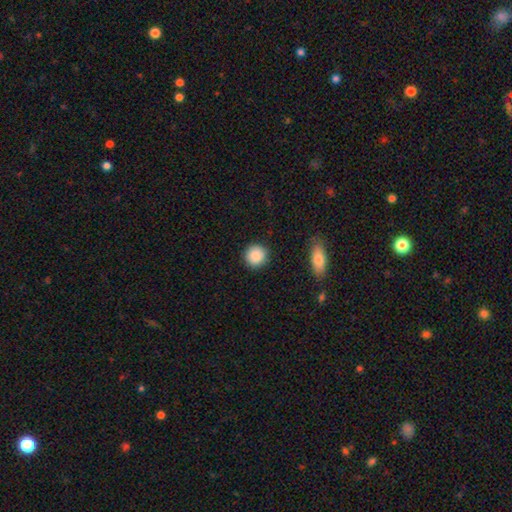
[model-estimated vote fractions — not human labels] This is clearly a smooth galaxy (89%). How rounded: clearly round (91%). Merging: clearly none (90%).